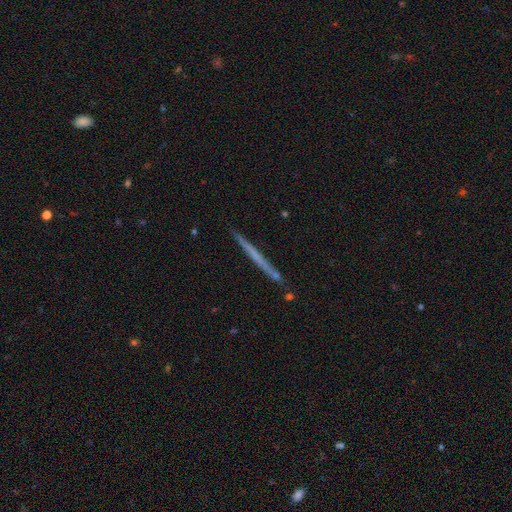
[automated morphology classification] smooth_or_featured: featured or disk (p=0.53) [alt: smooth p=0.42]
disk_edge_on: yes (p=0.97) [alt: no p=0.03]
edge_on_bulge: none (p=0.91) [alt: rounded p=0.06]
merging: none (p=0.88) [alt: minor disturbance p=0.08]